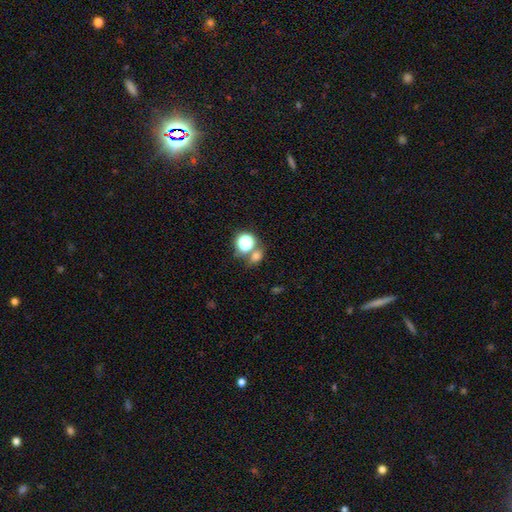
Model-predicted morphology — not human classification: type=smooth (66%); roundness=round (52%); merging=none (58%).